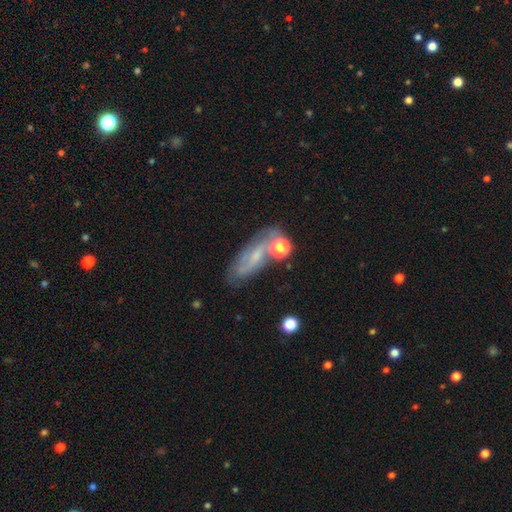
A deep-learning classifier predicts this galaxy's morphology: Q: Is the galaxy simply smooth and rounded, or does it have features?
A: featured or disk — 53%.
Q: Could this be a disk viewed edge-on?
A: no — 81%.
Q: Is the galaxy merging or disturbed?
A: none — 52%.